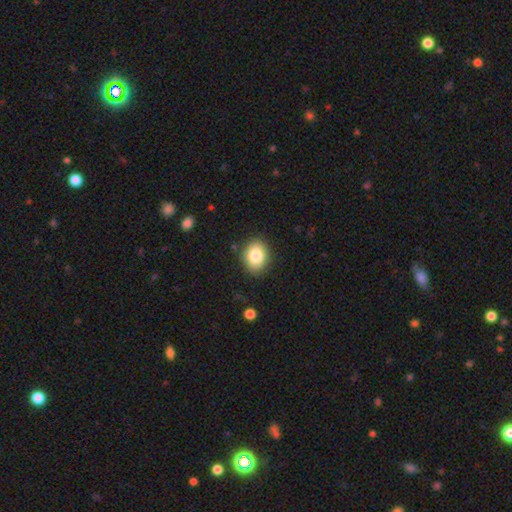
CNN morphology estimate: This appears to be a smooth galaxy with no disk features (83%) that is in between round and cigar-shaped (57%). Merging: none (84%).